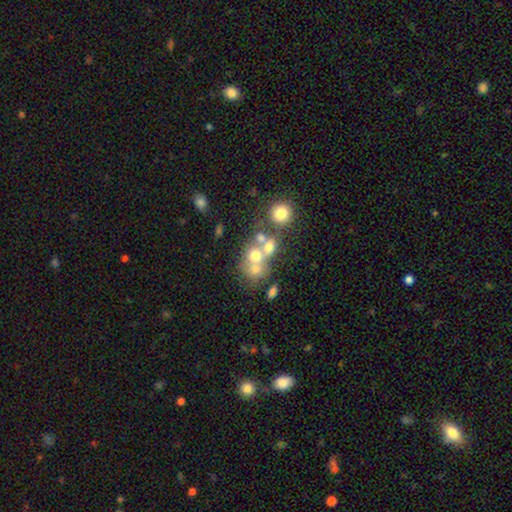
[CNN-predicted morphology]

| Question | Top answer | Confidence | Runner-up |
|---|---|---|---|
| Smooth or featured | smooth | 58% | featured or disk (27%) |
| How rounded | round | 71% | in between (27%) |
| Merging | merger | 52% | none (32%) |